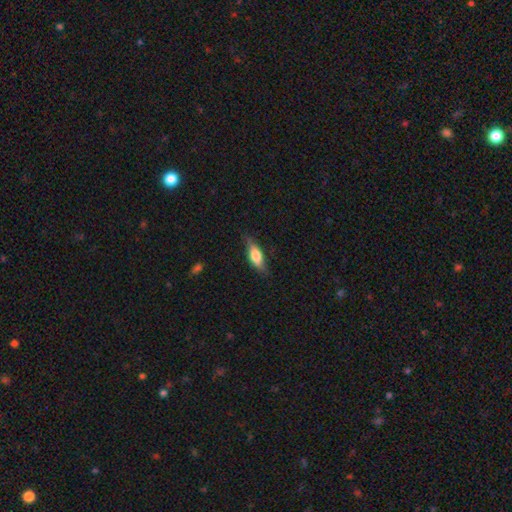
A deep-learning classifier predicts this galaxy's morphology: Q: Smooth or featured?
A: smooth (64%); runner-up: featured or disk (29%)
Q: How rounded?
A: in between (65%); runner-up: cigar-shaped (32%)
Q: Merging?
A: none (72%); runner-up: minor disturbance (22%)